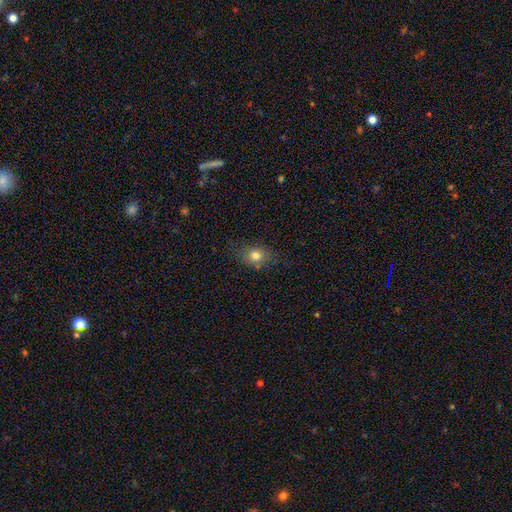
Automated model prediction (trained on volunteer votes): Smooth or featured: smooth — 77% (star or artifact — 12%)
How rounded: in between — 53% (round — 45%)
Merging: none — 75% (minor disturbance — 18%)